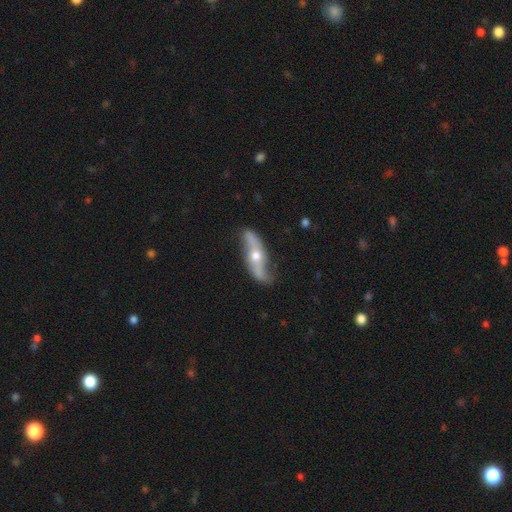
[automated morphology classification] smooth_or_featured: featured or disk (p=0.75) [alt: smooth p=0.20]
disk_edge_on: no (p=0.62) [alt: yes p=0.38]
merging: none (p=0.70) [alt: minor disturbance p=0.22]